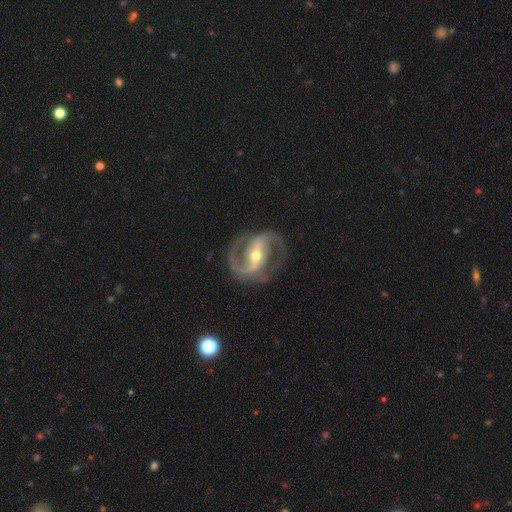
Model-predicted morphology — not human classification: featured or disk 92%, smooth 4%, star or artifact 4%. Down the decision tree: edge-on disk — no (97%); bar — strong (54%); spiral arms — yes (96%); spiral arm count — 2 (92%); spiral winding — medium (59%); bulge size — moderate (68%); merging — none (79%).